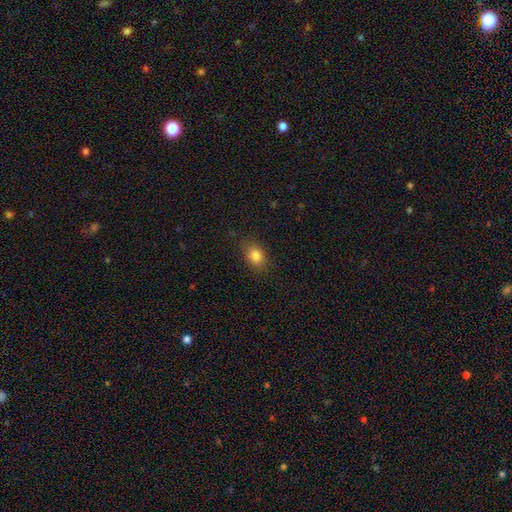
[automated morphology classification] Q: Smooth or featured?
A: smooth (83%); runner-up: star or artifact (10%)
Q: How rounded?
A: in between (64%); runner-up: round (34%)
Q: Merging?
A: none (83%); runner-up: minor disturbance (12%)